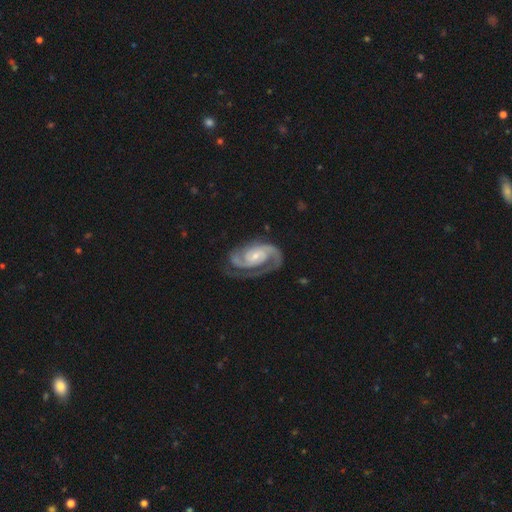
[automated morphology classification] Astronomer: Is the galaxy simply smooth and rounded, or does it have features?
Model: featured or disk — 92%.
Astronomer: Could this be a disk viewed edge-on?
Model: no — 97%.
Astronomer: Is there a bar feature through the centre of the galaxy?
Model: no — 57% (runner-up: weak, 32%).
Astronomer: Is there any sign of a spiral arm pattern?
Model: yes — 98%.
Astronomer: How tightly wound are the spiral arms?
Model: tight — 47% (runner-up: medium, 45%).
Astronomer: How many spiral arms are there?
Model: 2 — 85%.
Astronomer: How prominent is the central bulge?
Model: small — 63%.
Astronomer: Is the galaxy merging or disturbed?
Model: none — 70%.